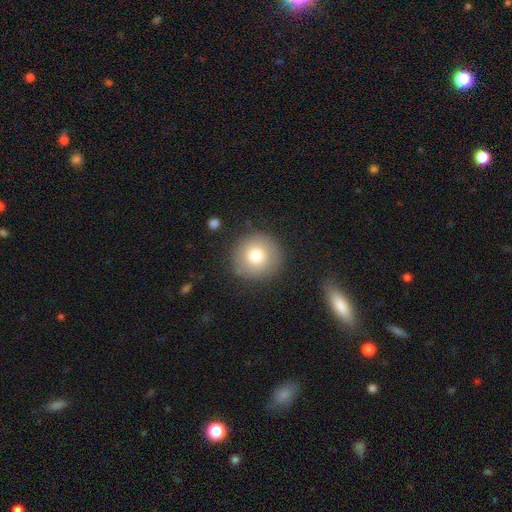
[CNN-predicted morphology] type=smooth (76%); roundness=round (95%); merging=none (87%).